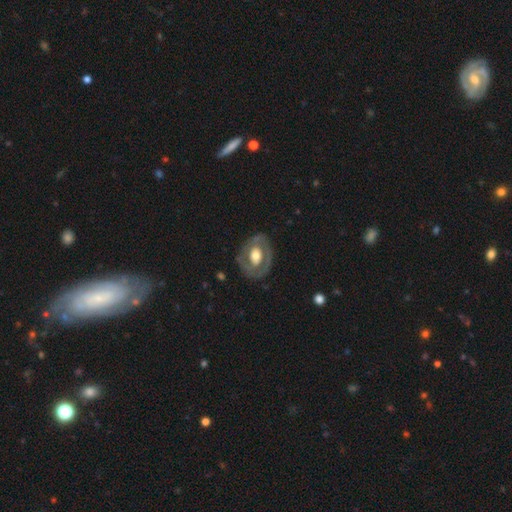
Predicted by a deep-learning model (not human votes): featured or disk 63%, smooth 32%, star or artifact 5%. Down the decision tree: edge-on disk — no (95%); bar — no (67%); spiral arms — no (61%); bulge size — moderate (50%); merging — none (75%).